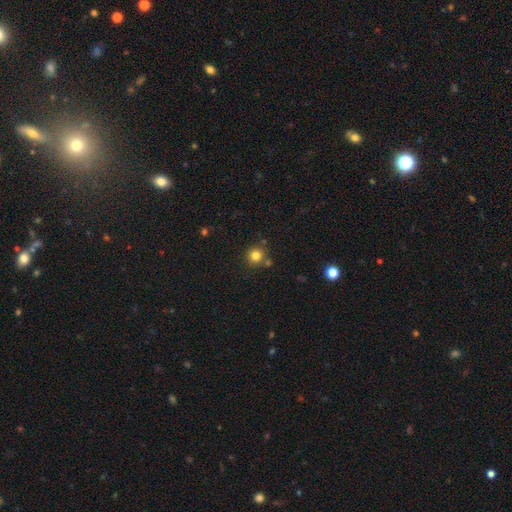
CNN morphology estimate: A smooth galaxy with no disk features (81%) that is round (93%).

Vote fractions:
- Smooth or featured? smooth: 81% / star or artifact: 13% / featured or disk: 6%
- How rounded? round: 93% / in between: 6% / cigar-shaped: 1%
- Merging? none: 79% / merger: 10% / minor disturbance: 9% / major disturbance: 3%